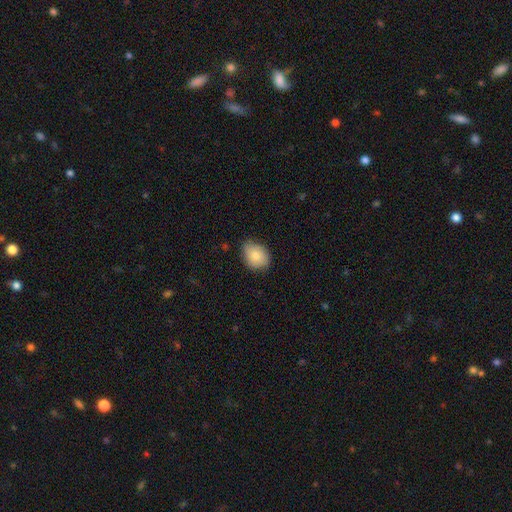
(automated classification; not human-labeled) Q: Smooth or featured?
A: smooth (82%); runner-up: featured or disk (11%)
Q: How rounded?
A: in between (58%); runner-up: round (41%)
Q: Merging?
A: none (69%); runner-up: minor disturbance (26%)